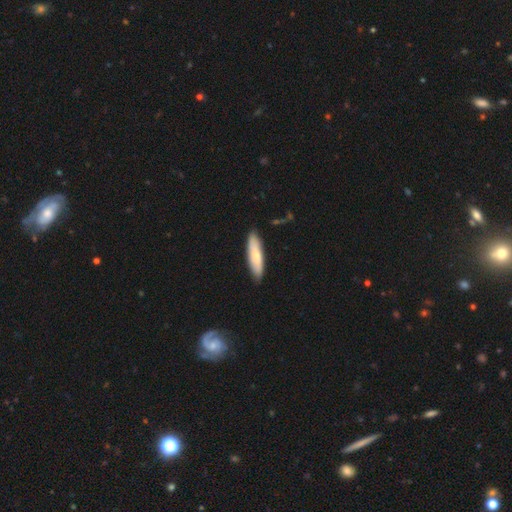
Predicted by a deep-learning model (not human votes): Smooth or featured?
  - smooth: 67% *
  - featured or disk: 28%
  - star or artifact: 5%
How rounded?
  - cigar-shaped: 66% *
  - in between: 32%
  - round: 2%
Merging?
  - none: 86% *
  - minor disturbance: 11%
  - major disturbance: 2%
  - merger: 1%